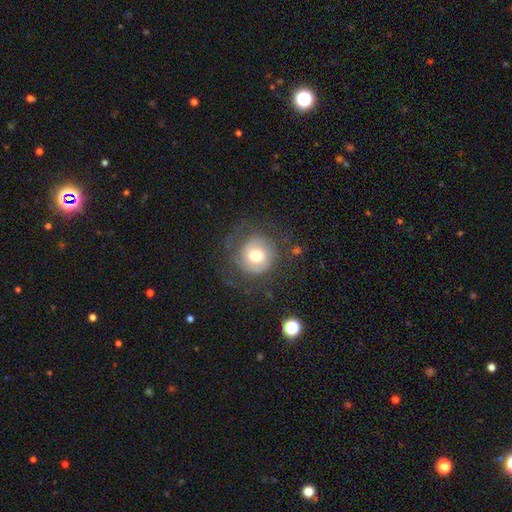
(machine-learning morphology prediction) A smooth galaxy with no disk features (46%).

Vote fractions:
- Smooth or featured? smooth: 46% / featured or disk: 45% / star or artifact: 9%
- Merging? none: 62% / major disturbance: 18% / minor disturbance: 18% / merger: 2%